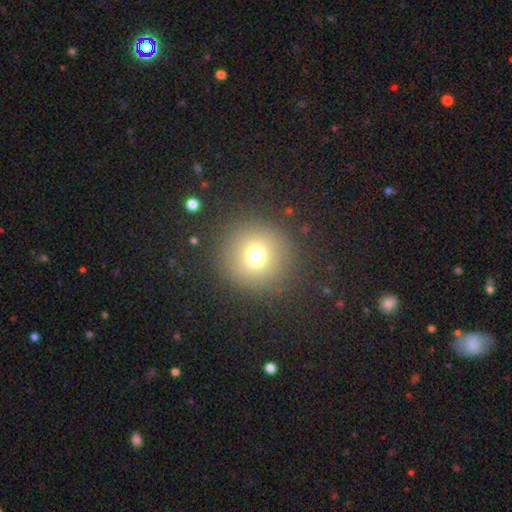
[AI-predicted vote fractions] Smooth or featured? Predicted: smooth (p=0.69). How rounded? Predicted: round (p=0.95). Merging? Predicted: none (p=0.88).